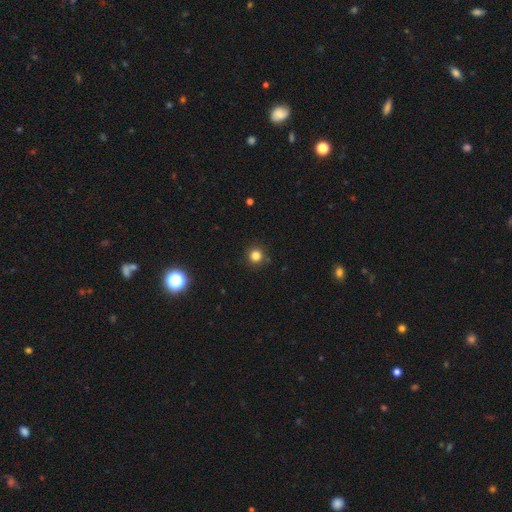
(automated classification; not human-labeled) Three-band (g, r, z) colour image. It shows a smooth galaxy with no disk features (82%) that is round (95%). Merging: none (89%).